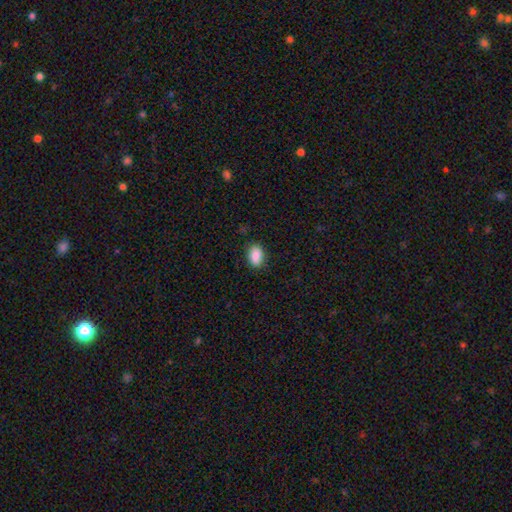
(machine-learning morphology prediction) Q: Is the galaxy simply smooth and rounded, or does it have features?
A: smooth — 89%.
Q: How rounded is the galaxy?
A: in between — 88%.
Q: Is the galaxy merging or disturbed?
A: none — 85%.